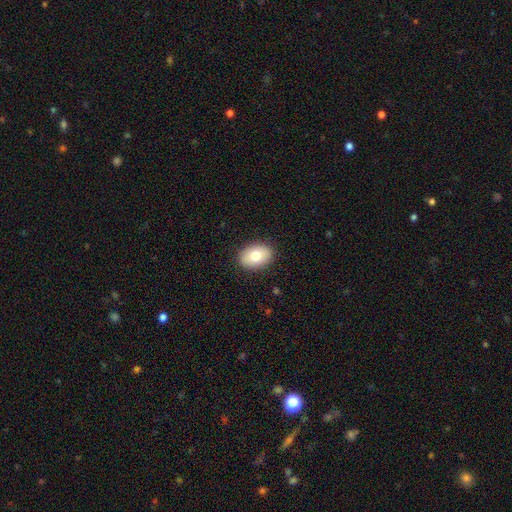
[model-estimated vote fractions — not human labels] Morphology: type=smooth (79%); roundness=in between (80%); merging=none (89%).